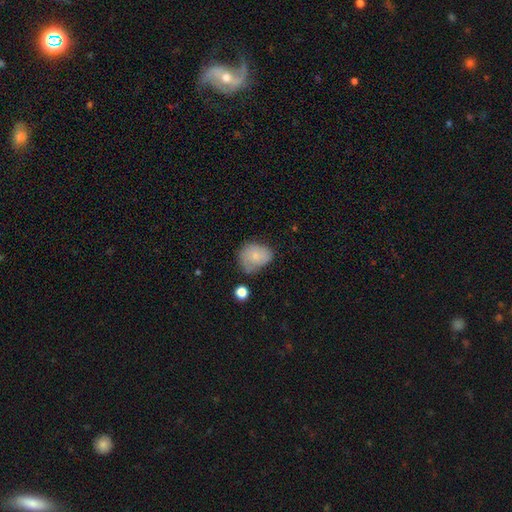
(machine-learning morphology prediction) smooth 74%, featured or disk 17%, star or artifact 9%. Down the decision tree: how rounded — in between (50%); merging — none (46%).